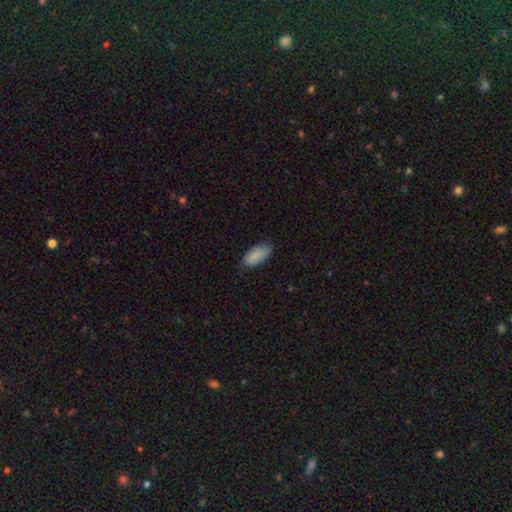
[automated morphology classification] smooth_or_featured: smooth (p=0.85) [alt: featured or disk p=0.09]
how_rounded: in between (p=0.91) [alt: cigar-shaped p=0.07]
merging: none (p=0.70) [alt: minor disturbance p=0.25]